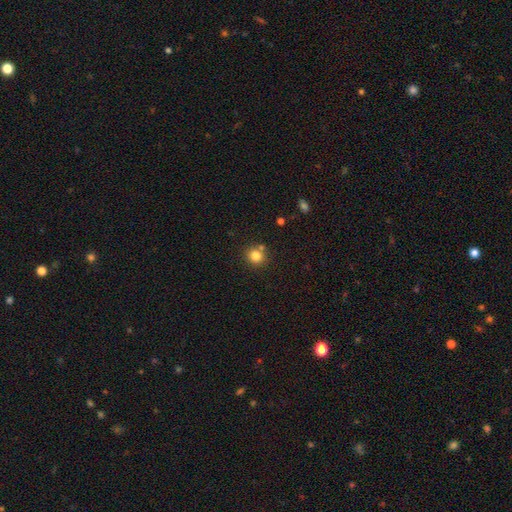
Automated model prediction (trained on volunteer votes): Q: Smooth or featured?
A: smooth (82%); runner-up: star or artifact (12%)
Q: How rounded?
A: round (87%); runner-up: in between (12%)
Q: Merging?
A: none (75%); runner-up: merger (13%)